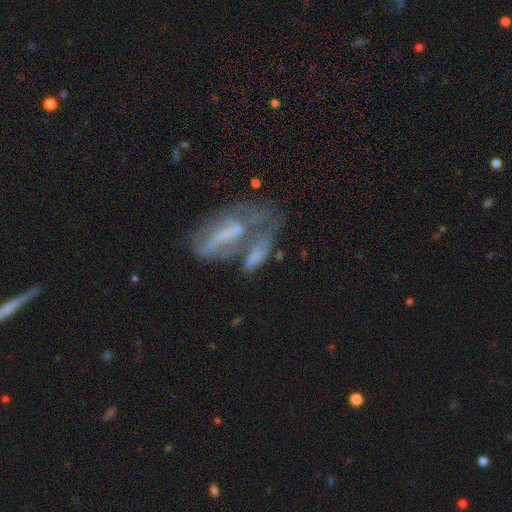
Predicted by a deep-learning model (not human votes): smooth-or-featured: featured or disk: 49% | smooth: 40% | star or artifact: 11%
  merging: merger: 43% | none: 22% | major disturbance: 21% | minor disturbance: 14%